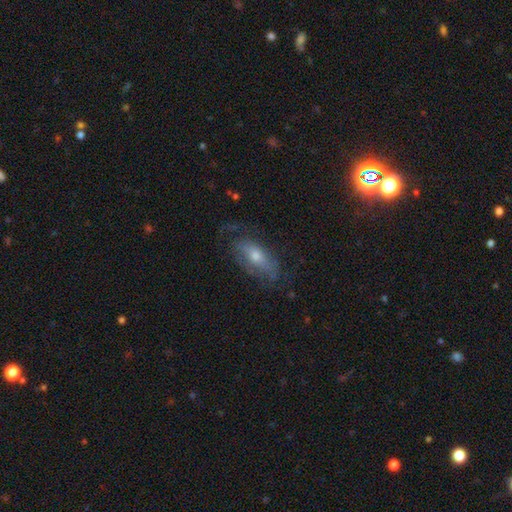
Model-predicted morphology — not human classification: A featured or disk galaxy (52%). Merging: none (57%).